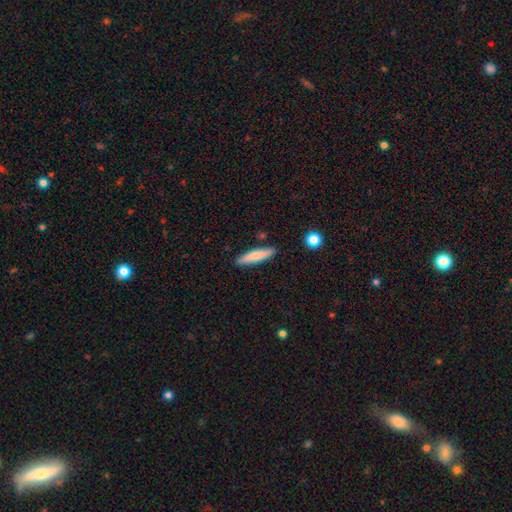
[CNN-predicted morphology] The model was most divided on "smooth or featured": smooth: 77%, featured or disk: 17%, star or artifact: 6%. More confident: merging — none (86%); how rounded — cigar-shaped (81%).